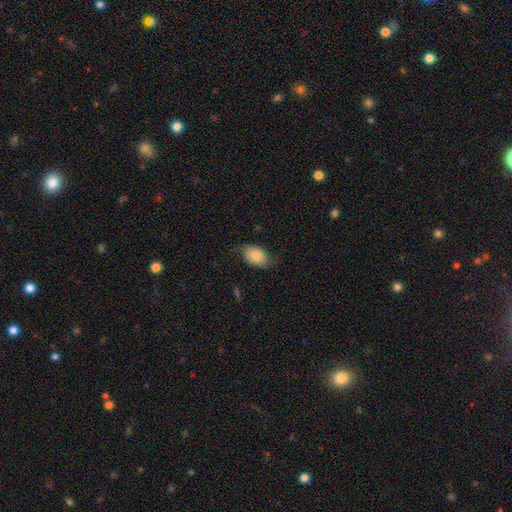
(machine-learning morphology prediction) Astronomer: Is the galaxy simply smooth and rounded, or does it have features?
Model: smooth — 82%.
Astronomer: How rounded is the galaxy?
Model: in between — 88%.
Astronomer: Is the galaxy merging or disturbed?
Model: none — 68%.